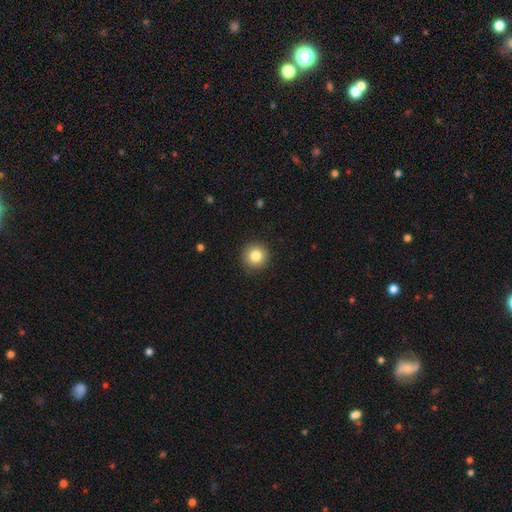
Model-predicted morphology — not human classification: Q: Smooth or featured?
A: smooth (83%); runner-up: star or artifact (10%)
Q: How rounded?
A: round (95%); runner-up: in between (4%)
Q: Merging?
A: none (90%); runner-up: minor disturbance (7%)